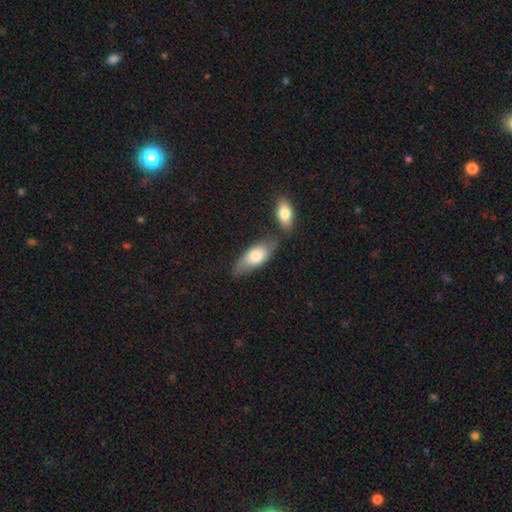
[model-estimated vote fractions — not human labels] A smooth galaxy with no disk features (70%) that is in between round and cigar-shaped (83%). Merging: none (50%).